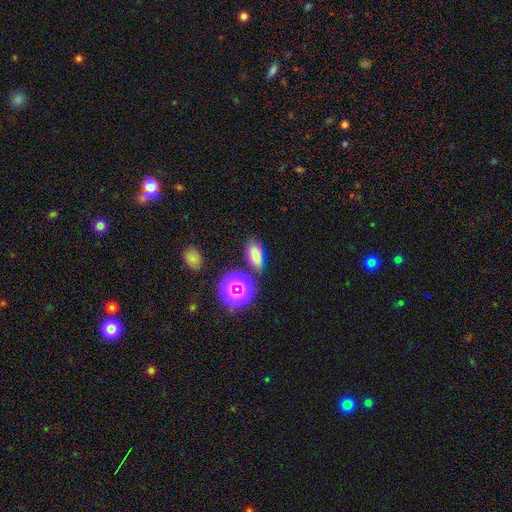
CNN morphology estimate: Smooth or featured? smooth (73%)
How rounded? in between (82%)
Merging? none (76%)